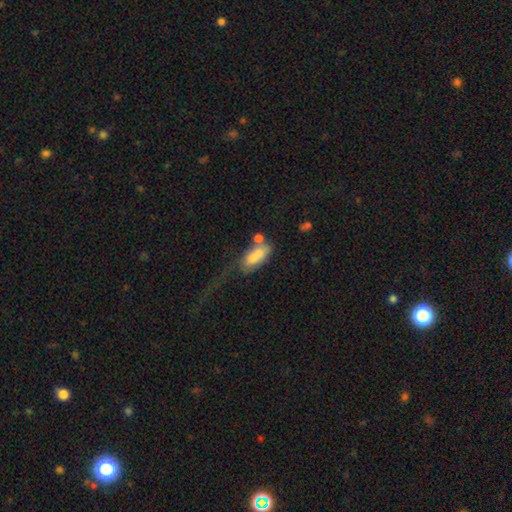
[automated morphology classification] The model was most divided on "merging": merger: 34%, major disturbance: 26%, none: 23%, minor disturbance: 16%. More confident: how rounded — in between (82%); smooth or featured — smooth (62%).